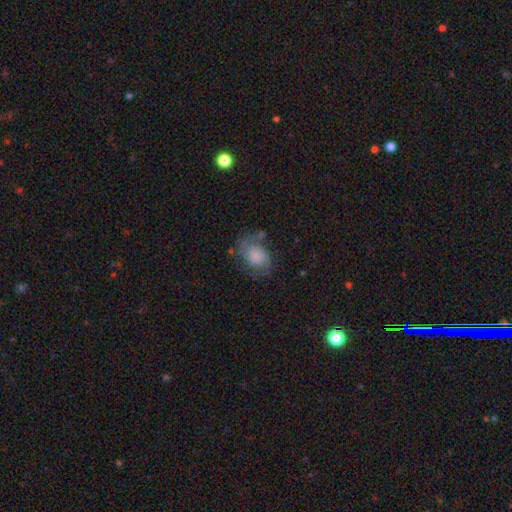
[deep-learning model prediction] Smooth or featured: featured or disk — 46% (smooth — 44%)
Merging: none — 51% (minor disturbance — 26%)